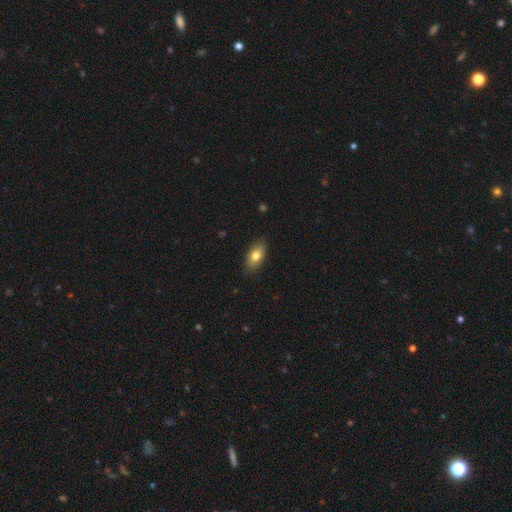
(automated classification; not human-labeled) Smooth or featured?
  - smooth: 79% *
  - featured or disk: 14%
  - star or artifact: 7%
How rounded?
  - in between: 90% *
  - round: 6%
  - cigar-shaped: 4%
Merging?
  - none: 85% *
  - minor disturbance: 12%
  - major disturbance: 2%
  - merger: 1%